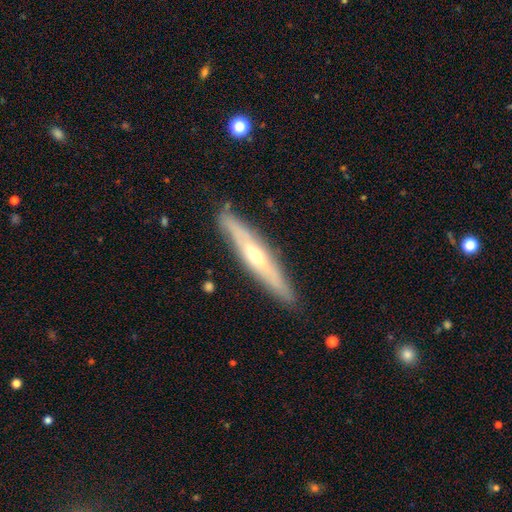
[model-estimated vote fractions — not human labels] Smooth or featured?
  - featured or disk: 65% *
  - smooth: 29%
  - star or artifact: 6%
Edge-on disk?
  - yes: 84% *
  - no: 16%
Edge-on bulge?
  - rounded: 83% *
  - none: 14%
  - boxy: 3%
Merging?
  - none: 87% *
  - minor disturbance: 10%
  - major disturbance: 2%
  - merger: 1%